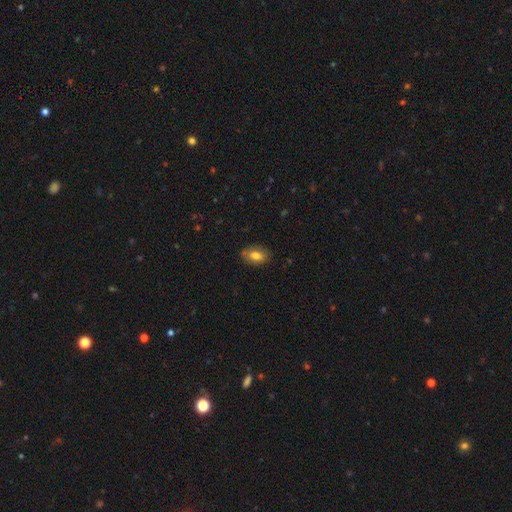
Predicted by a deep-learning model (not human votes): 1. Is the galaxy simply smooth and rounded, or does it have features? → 76% smooth, 17% featured or disk, 8% star or artifact.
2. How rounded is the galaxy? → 87% in between, 10% round, 3% cigar-shaped.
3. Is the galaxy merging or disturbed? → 81% none, 15% minor disturbance, 3% major disturbance, 1% merger.